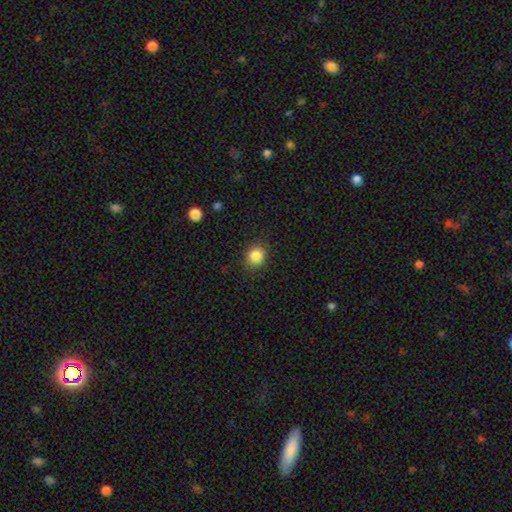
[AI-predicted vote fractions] Morphology: type=smooth (86%); roundness=round (79%); merging=none (88%).